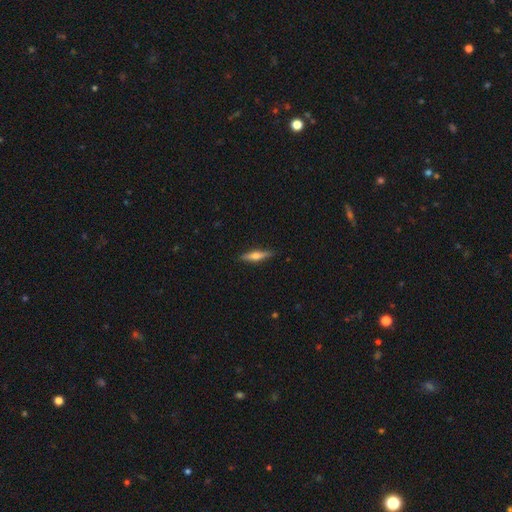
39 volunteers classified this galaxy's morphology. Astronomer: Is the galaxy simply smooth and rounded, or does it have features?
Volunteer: smooth — 49% (runner-up: featured or disk, 46%).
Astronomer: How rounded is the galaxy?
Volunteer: cigar-shaped — 79%.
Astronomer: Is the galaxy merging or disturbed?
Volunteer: none — 95%.